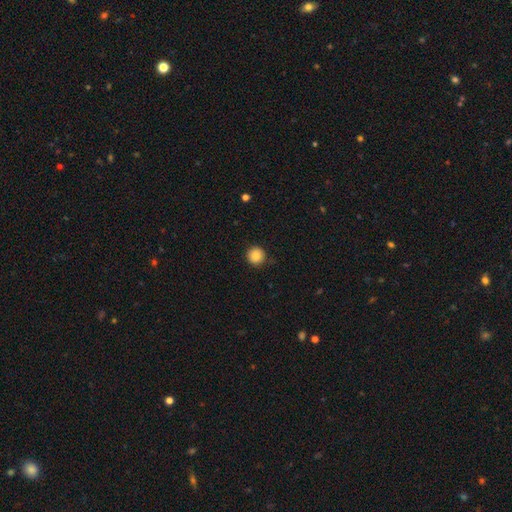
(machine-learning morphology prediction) Smooth or featured: smooth — 87% (star or artifact — 9%)
How rounded: round — 95% (in between — 4%)
Merging: none — 88% (minor disturbance — 9%)